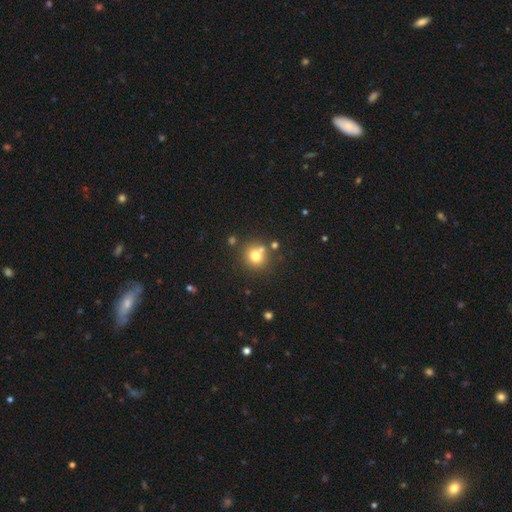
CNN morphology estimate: smooth_or_featured: smooth (p=0.74) [alt: star or artifact p=0.15]
how_rounded: round (p=0.88) [alt: in between p=0.11]
merging: none (p=0.71) [alt: merger p=0.15]